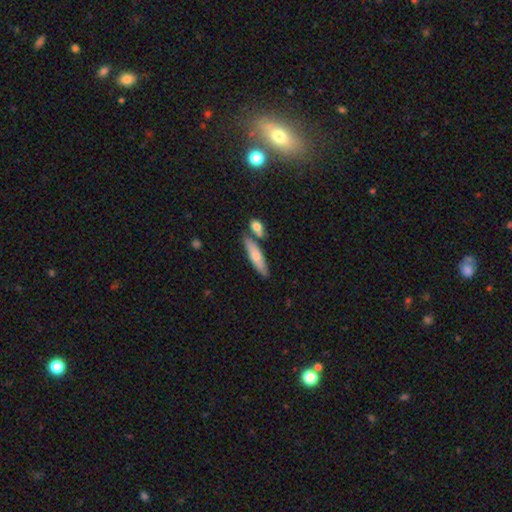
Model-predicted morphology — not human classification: smooth 65%, featured or disk 29%, star or artifact 6%. Down the decision tree: how rounded — cigar-shaped (71%); merging — none (70%).